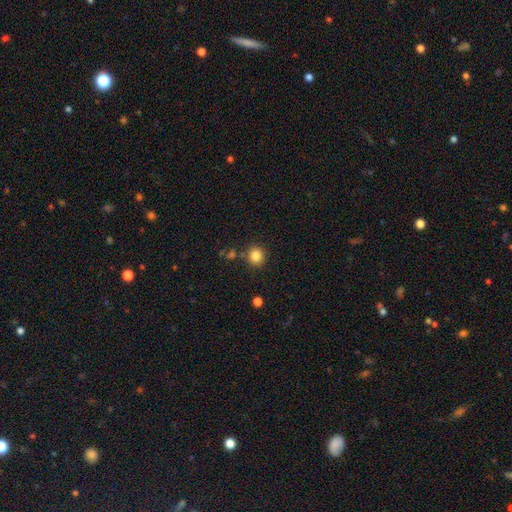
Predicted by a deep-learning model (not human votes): A smooth galaxy with no disk features (84%) that is round (91%). Merging: none (85%).